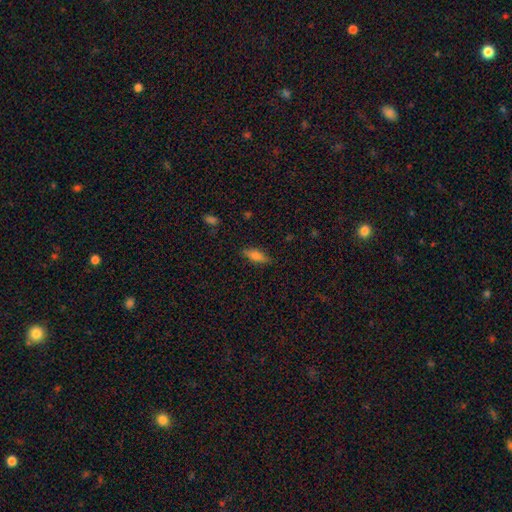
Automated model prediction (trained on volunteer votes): Morphology: type=smooth (72%); roundness=in between (62%); merging=none (84%).